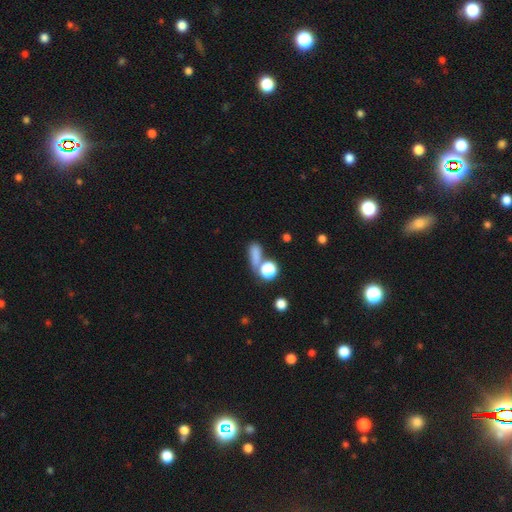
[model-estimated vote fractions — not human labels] smooth-or-featured: smooth: 73% | star or artifact: 19% | featured or disk: 8%
  how-rounded: in between: 53% | round: 28% | cigar-shaped: 18%
  merging: none: 52% | merger: 25% | minor disturbance: 14% | major disturbance: 9%